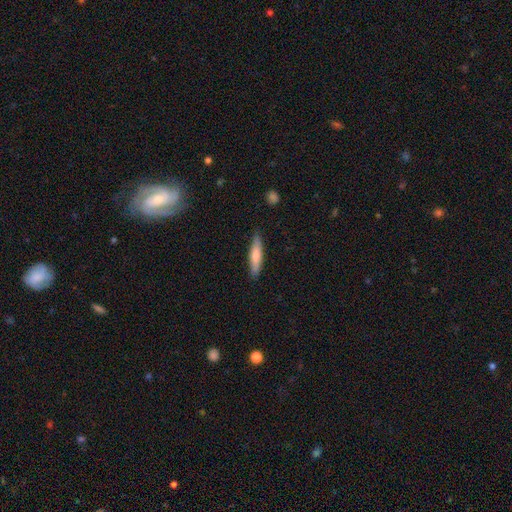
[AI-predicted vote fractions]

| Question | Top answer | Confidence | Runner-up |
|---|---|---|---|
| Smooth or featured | smooth | 72% | featured or disk (22%) |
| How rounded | cigar-shaped | 84% | in between (15%) |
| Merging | none | 88% | minor disturbance (9%) |